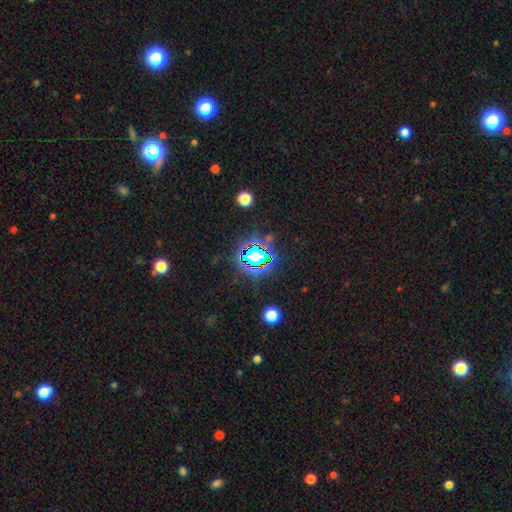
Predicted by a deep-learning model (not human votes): Smooth or featured: star or artifact — 69% (smooth — 19%)